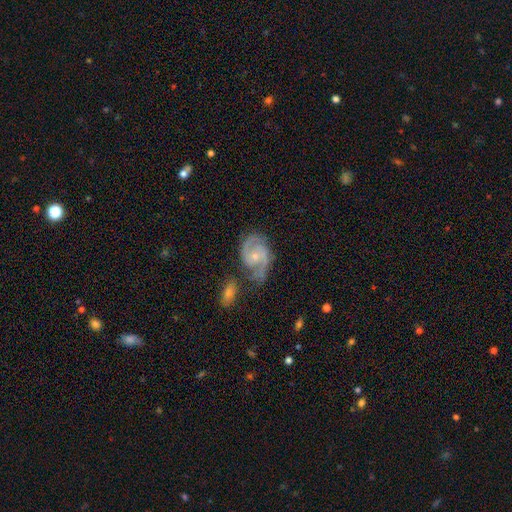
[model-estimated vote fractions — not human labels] This appears to be a featured or disk galaxy (88%) with no bar (58%), 2 (88%) medium (57%) spiral arms (97%) and a small central bulge (65%). Merging: none (57%).